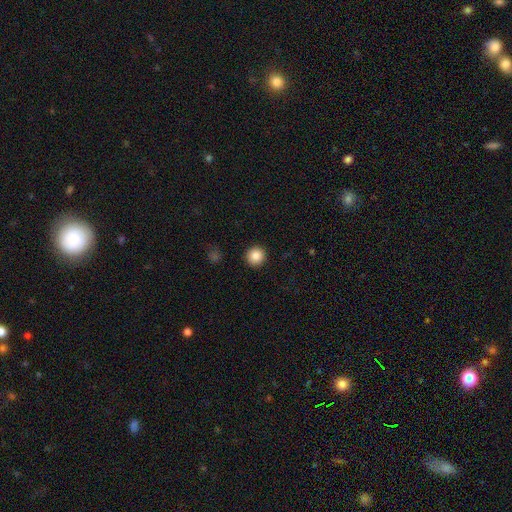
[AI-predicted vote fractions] Smooth or featured? smooth (86%)
How rounded? round (94%)
Merging? none (93%)